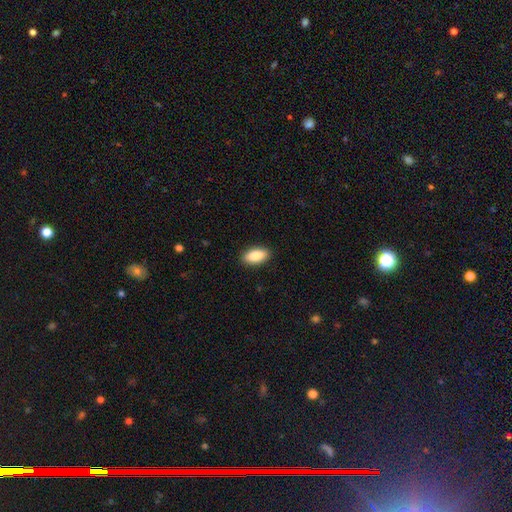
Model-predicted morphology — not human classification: A smooth galaxy with no disk features (88%) that is in between round and cigar-shaped (90%). Merging: none (90%).